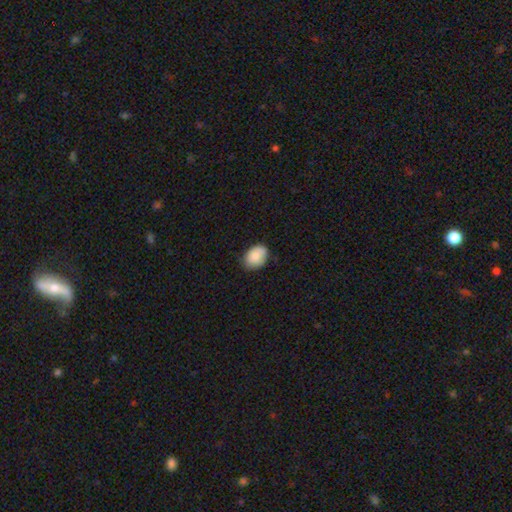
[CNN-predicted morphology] Smooth or featured? Predicted: smooth (p=0.85). How rounded? Predicted: in between (p=0.72). Merging? Predicted: none (p=0.76).